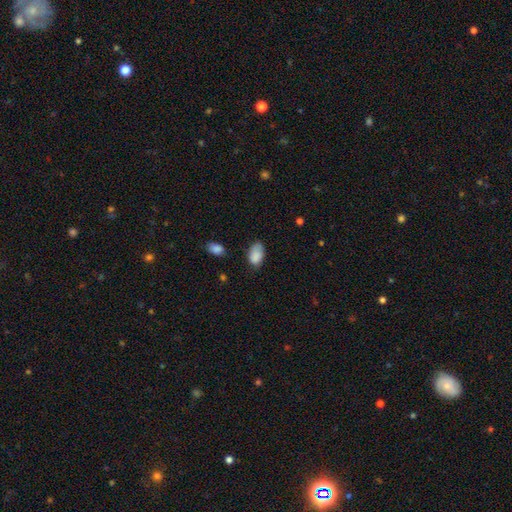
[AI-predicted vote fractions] Smooth or featured? smooth (85%)
How rounded? in between (91%)
Merging? none (55%)